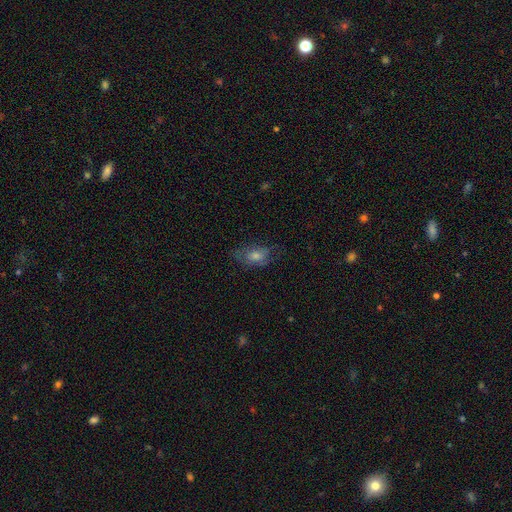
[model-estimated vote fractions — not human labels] Morphology: type=smooth (50%); merging=none (67%).